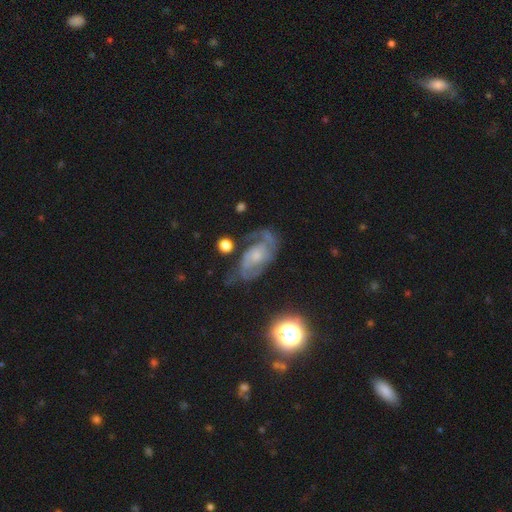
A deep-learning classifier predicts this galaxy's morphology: Smooth or featured?
  - featured or disk: 79% *
  - smooth: 12%
  - star or artifact: 9%
Edge-on disk?
  - no: 96% *
  - yes: 4%
Bar?
  - no: 65% *
  - weak: 29%
  - strong: 6%
Spiral arms?
  - yes: 91% *
  - no: 9%
Spiral winding?
  - medium: 47% *
  - tight: 29%
  - loose: 23%
Spiral arm count?
  - 2: 67% *
  - can't tell: 15%
  - 1: 8%
  - 3: 5%
  - 4: 2%
  - more than 4: 2%
Bulge size?
  - small: 53% *
  - moderate: 30%
  - none: 11%
  - large: 5%
  - dominant: 2%
Merging?
  - none: 53% *
  - minor disturbance: 22%
  - major disturbance: 21%
  - merger: 4%